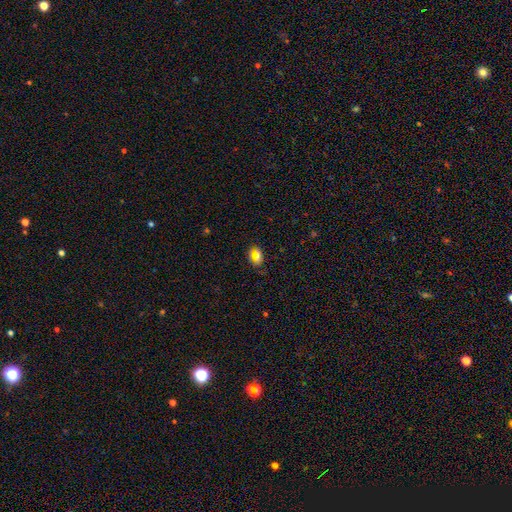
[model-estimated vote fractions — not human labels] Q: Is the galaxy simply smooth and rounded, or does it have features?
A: smooth — 61%.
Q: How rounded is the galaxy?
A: in between — 64%.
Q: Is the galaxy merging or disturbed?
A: none — 79%.